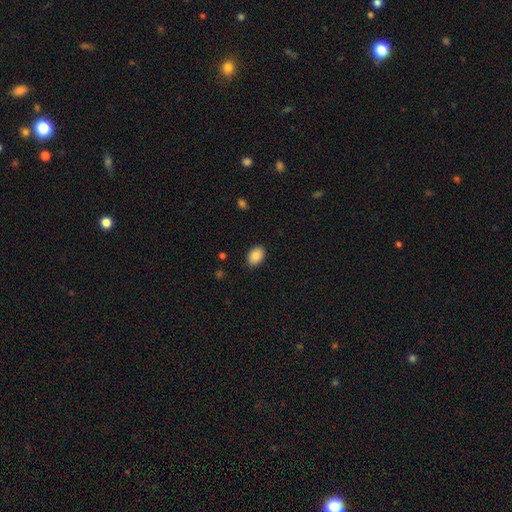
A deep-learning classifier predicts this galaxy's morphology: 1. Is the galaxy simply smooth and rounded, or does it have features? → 89% smooth, 7% star or artifact, 4% featured or disk.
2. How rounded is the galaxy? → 85% in between, 14% round, 1% cigar-shaped.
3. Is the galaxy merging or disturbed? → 88% none, 9% minor disturbance, 2% major disturbance, 1% merger.